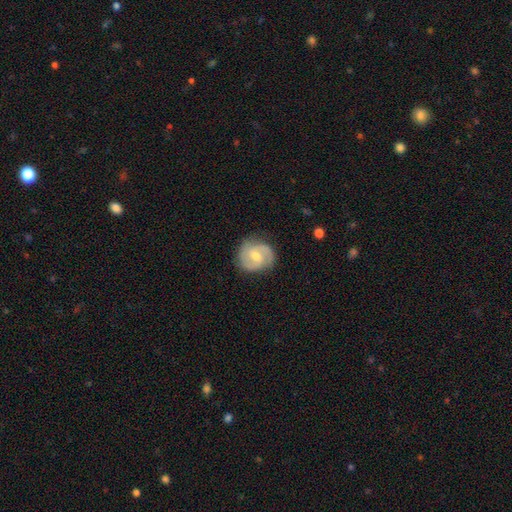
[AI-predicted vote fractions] Q: Smooth or featured?
A: featured or disk (75%); runner-up: smooth (20%)
Q: Edge-on disk?
A: no (98%); runner-up: yes (2%)
Q: Bar?
A: weak (58%); runner-up: no (27%)
Q: Spiral arms?
A: yes (93%); runner-up: no (7%)
Q: Spiral winding?
A: medium (51%); runner-up: tight (33%)
Q: Spiral arm count?
A: 2 (85%); runner-up: can't tell (7%)
Q: Bulge size?
A: moderate (59%); runner-up: small (36%)
Q: Merging?
A: none (79%); runner-up: minor disturbance (16%)